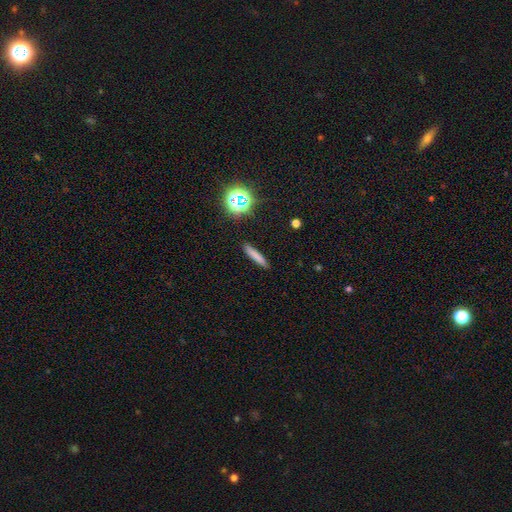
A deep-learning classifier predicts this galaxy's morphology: Q: Smooth or featured?
A: smooth (75%); runner-up: featured or disk (12%)
Q: How rounded?
A: cigar-shaped (92%); runner-up: in between (7%)
Q: Merging?
A: none (89%); runner-up: minor disturbance (7%)